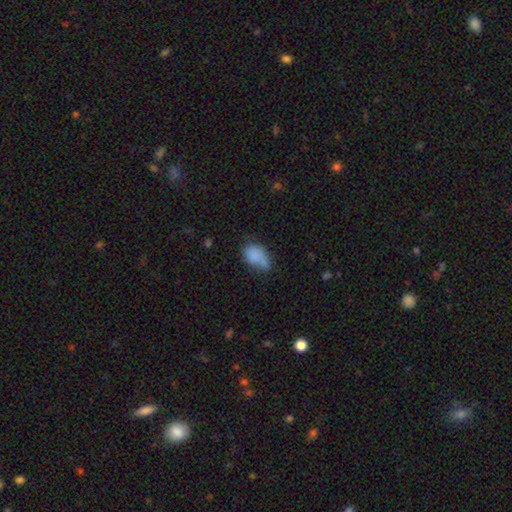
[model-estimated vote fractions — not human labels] The model was most divided on "merging": none: 41%, minor disturbance: 34%, major disturbance: 17%, merger: 8%. More confident: how rounded — in between (87%); smooth or featured — smooth (81%).